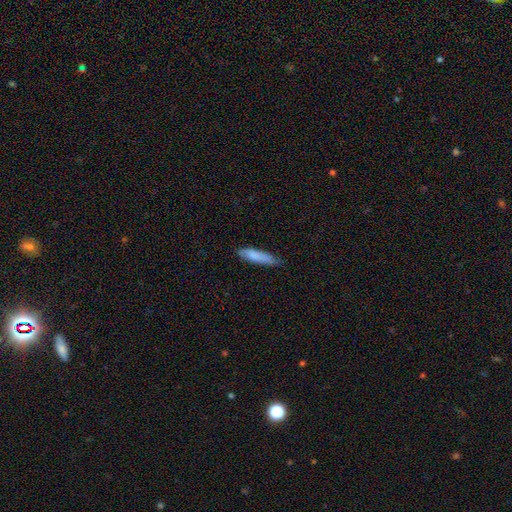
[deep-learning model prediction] This appears to be a smooth galaxy with no disk features (80%) that is cigar-shaped (74%). Merging: none (69%).